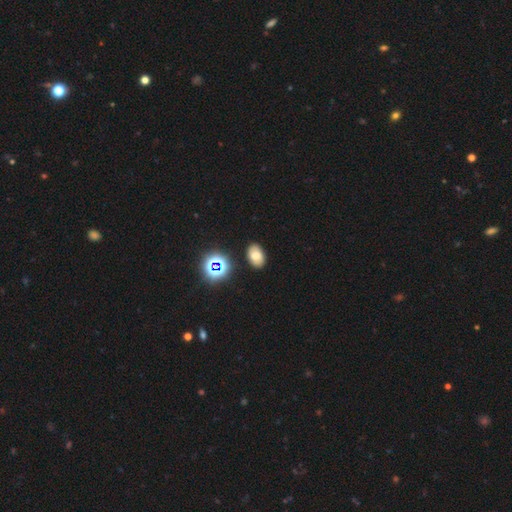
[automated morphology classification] A smooth galaxy with no disk features (65%) that is in between round and cigar-shaped (87%). Merging: none (85%).